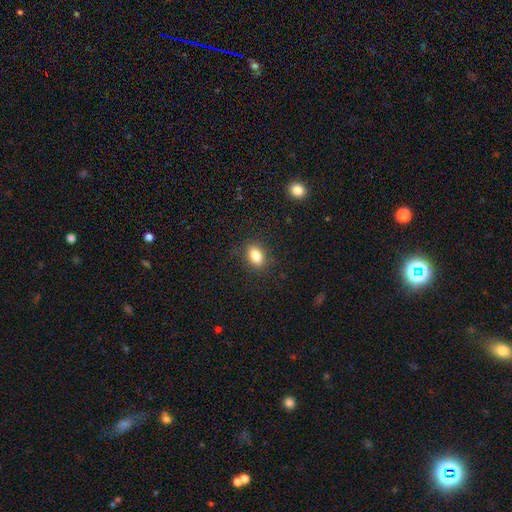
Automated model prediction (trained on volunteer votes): The model was most divided on "how rounded": in between: 83%, round: 14%, cigar-shaped: 3%. More confident: merging — none (85%); smooth or featured — smooth (83%).